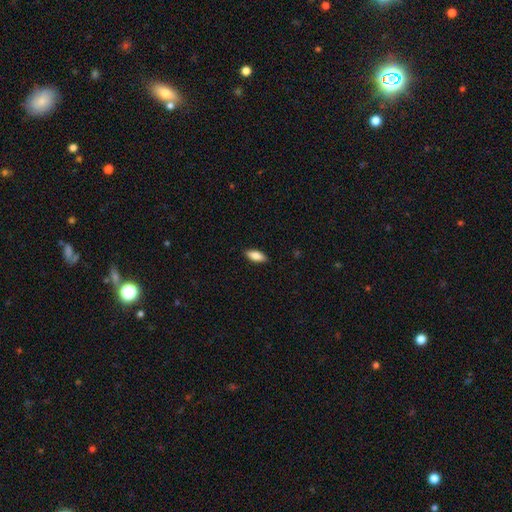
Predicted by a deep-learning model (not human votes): Q: Smooth or featured?
A: smooth (83%); runner-up: featured or disk (11%)
Q: How rounded?
A: in between (79%); runner-up: cigar-shaped (19%)
Q: Merging?
A: none (88%); runner-up: minor disturbance (10%)